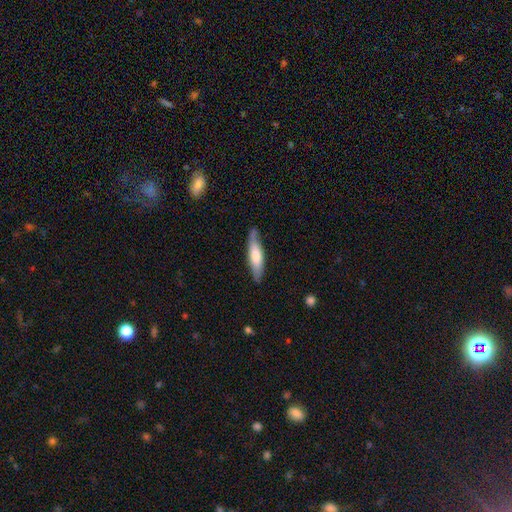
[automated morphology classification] Overall: smooth (58%; featured or disk 37%). How rounded: cigar-shaped (79%). Merging: none (80%).